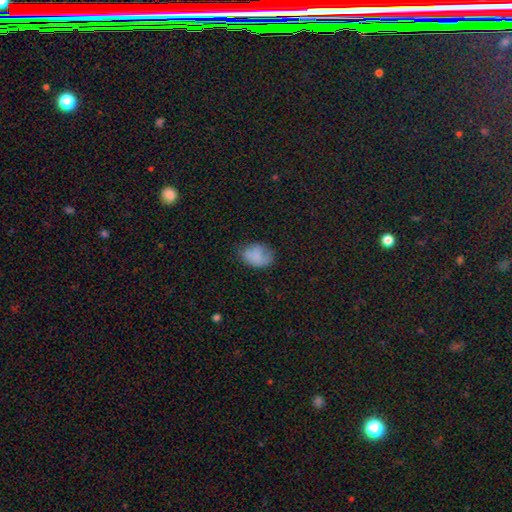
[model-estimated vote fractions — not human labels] Smooth or featured? smooth (80%)
How rounded? in between (76%)
Merging? none (59%)